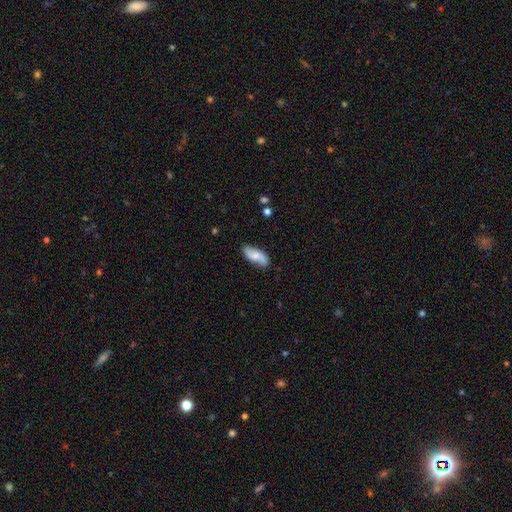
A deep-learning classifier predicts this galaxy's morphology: smooth_or_featured: smooth (p=0.59) [alt: featured or disk p=0.34]
how_rounded: in between (p=0.78) [alt: cigar-shaped p=0.19]
merging: none (p=0.76) [alt: minor disturbance p=0.19]